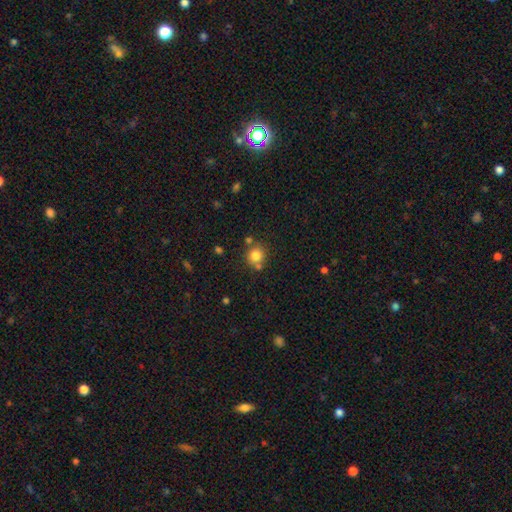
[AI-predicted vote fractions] A smooth galaxy with no disk features (81%) that is round (89%). Merging: none (73%).